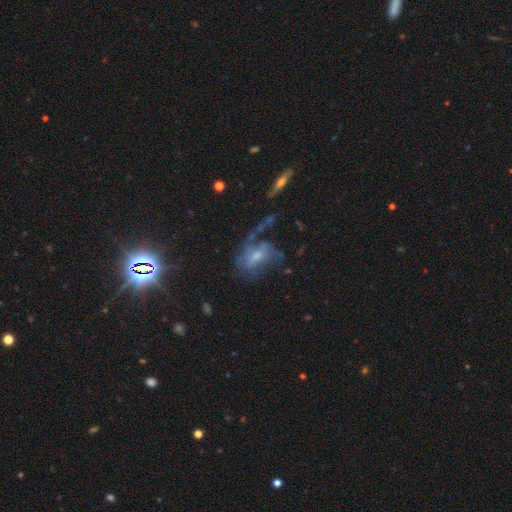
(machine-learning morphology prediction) featured or disk 57%, smooth 24%, star or artifact 18%. Down the decision tree: edge-on disk — no (92%); bar — no (56%); spiral arms — yes (60%); bulge size — small (44%); merging — major disturbance (36%).